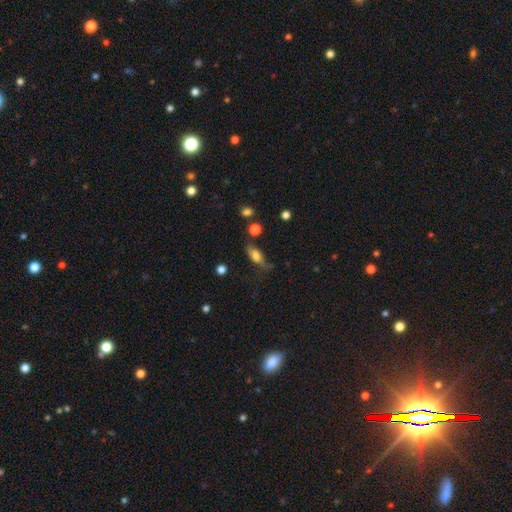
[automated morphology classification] type=smooth (66%); roundness=in between (75%); merging=none (50%).